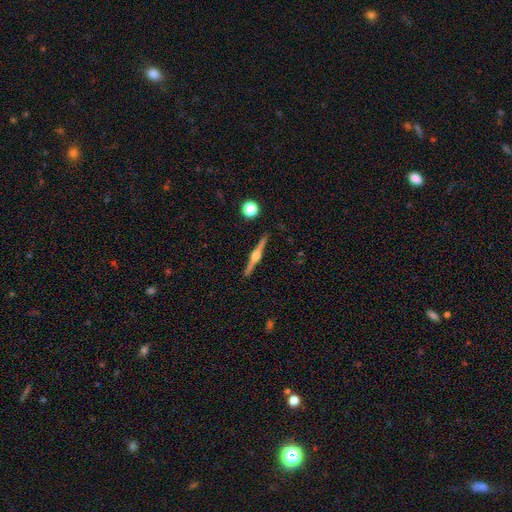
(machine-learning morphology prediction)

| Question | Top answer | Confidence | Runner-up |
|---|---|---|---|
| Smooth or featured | featured or disk | 83% | smooth (12%) |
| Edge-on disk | yes | 99% | no (1%) |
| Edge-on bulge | rounded | 94% | boxy (5%) |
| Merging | none | 91% | minor disturbance (6%) |